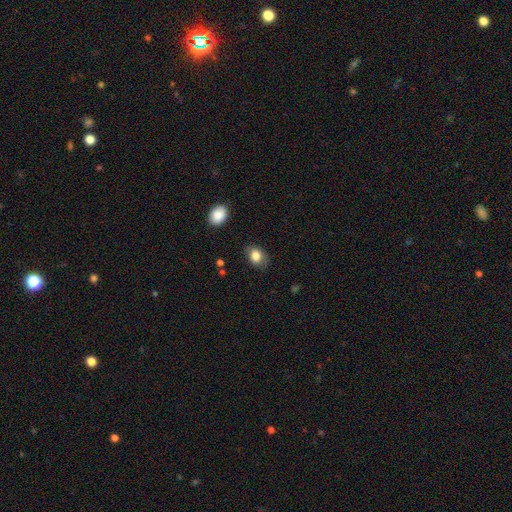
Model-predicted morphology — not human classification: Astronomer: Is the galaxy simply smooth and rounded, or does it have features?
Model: smooth — 82%.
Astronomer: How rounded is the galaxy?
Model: in between — 68%.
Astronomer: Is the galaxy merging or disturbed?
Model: none — 74%.